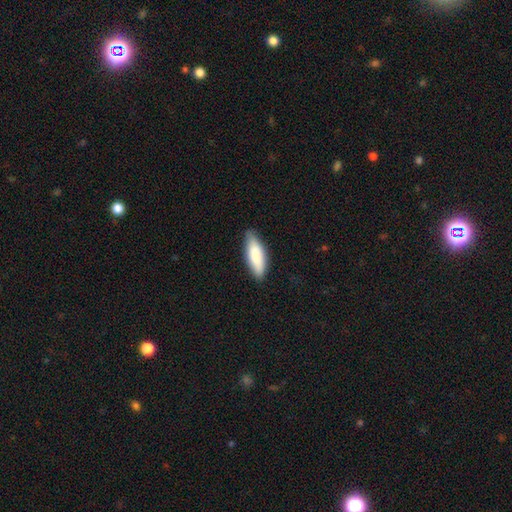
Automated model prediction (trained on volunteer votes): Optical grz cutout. It shows a smooth galaxy with no disk features (84%) that is in between round and cigar-shaped (60%). Merging: none (80%).